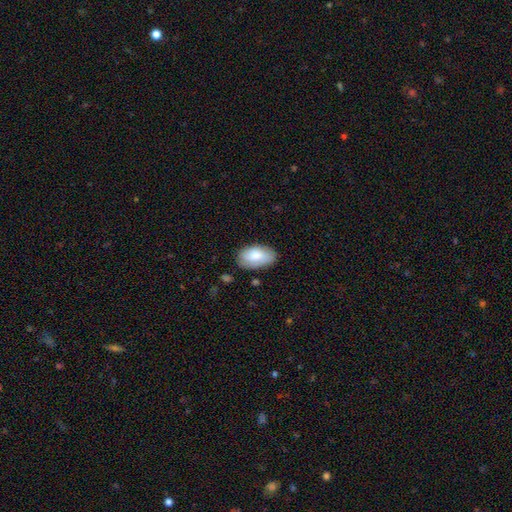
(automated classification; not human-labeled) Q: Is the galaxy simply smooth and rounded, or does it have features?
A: smooth — 78%.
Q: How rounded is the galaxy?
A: in between — 94%.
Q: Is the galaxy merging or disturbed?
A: none — 75%.